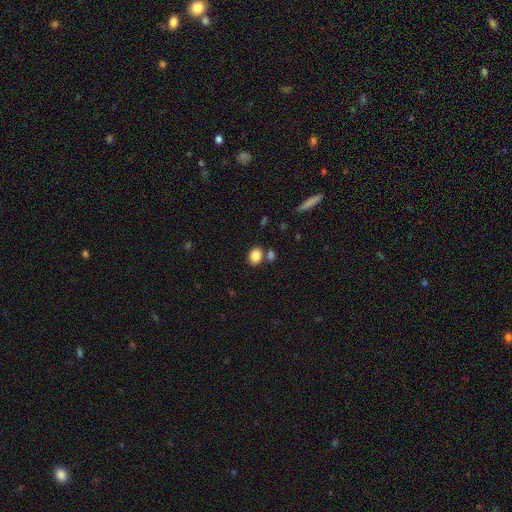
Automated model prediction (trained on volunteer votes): smooth-or-featured: smooth: 85% | star or artifact: 9% | featured or disk: 6%
  how-rounded: in between: 56% | round: 42% | cigar-shaped: 1%
  merging: none: 67% | merger: 18% | minor disturbance: 11% | major disturbance: 4%